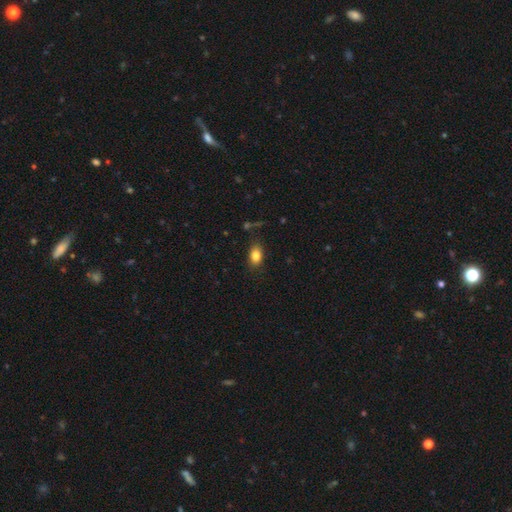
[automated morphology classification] Smooth or featured? smooth (83%)
How rounded? in between (80%)
Merging? none (82%)